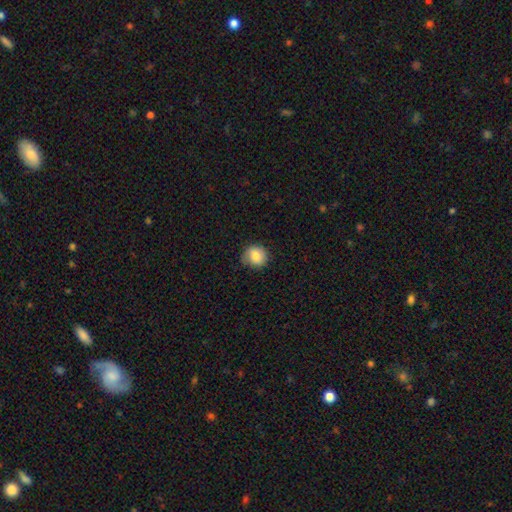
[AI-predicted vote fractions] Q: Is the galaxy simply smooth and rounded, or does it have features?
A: smooth — 84%.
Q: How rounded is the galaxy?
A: round — 85%.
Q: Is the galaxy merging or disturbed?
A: none — 74%.